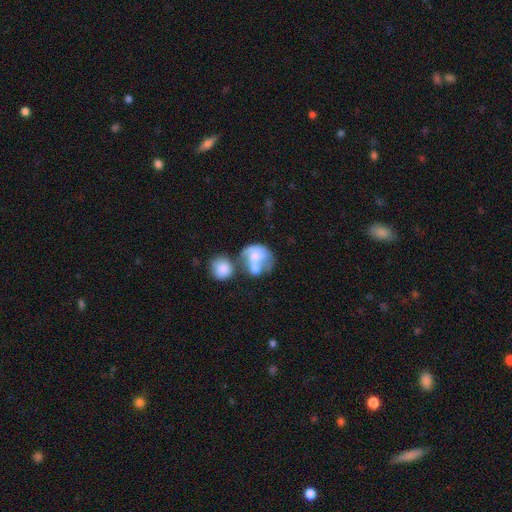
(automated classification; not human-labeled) smooth 53%, featured or disk 38%, star or artifact 9%. Down the decision tree: how rounded — round (53%); merging — merger (54%).